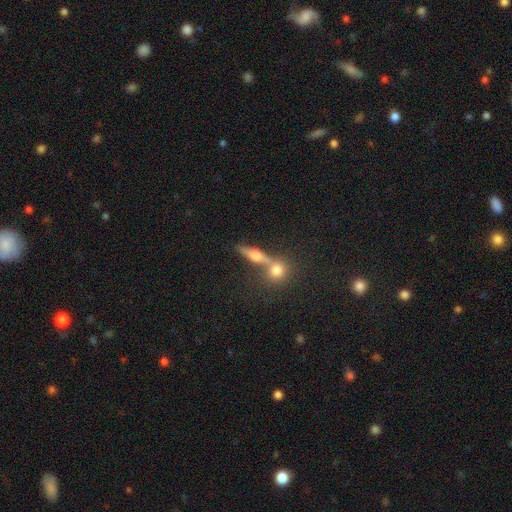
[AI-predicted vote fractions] Q: Smooth or featured?
A: smooth (52%); runner-up: featured or disk (36%)
Q: How rounded?
A: cigar-shaped (43%); runner-up: in between (37%)
Q: Merging?
A: none (48%); runner-up: merger (36%)